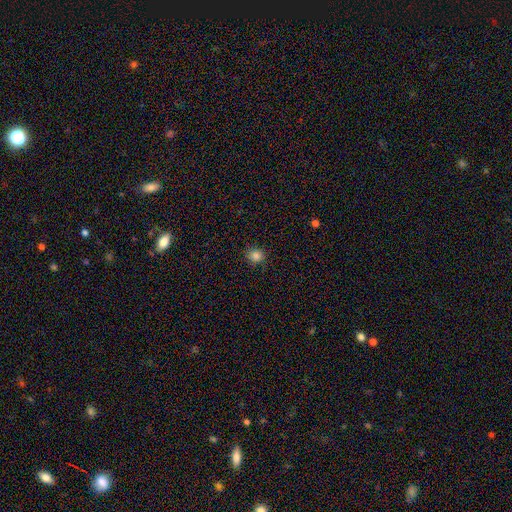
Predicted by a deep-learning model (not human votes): Smooth or featured? Predicted: smooth (p=0.84). How rounded? Predicted: round (p=0.81). Merging? Predicted: none (p=0.86).